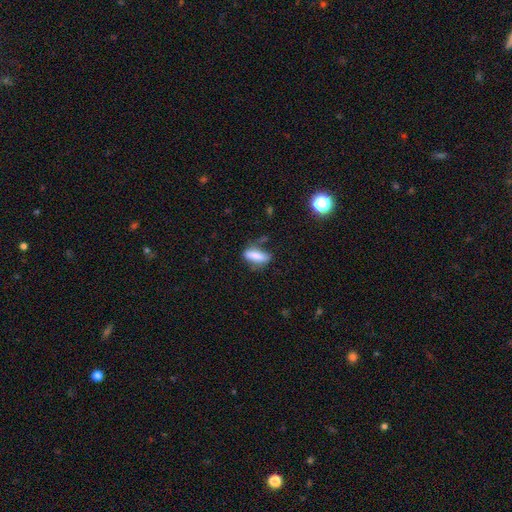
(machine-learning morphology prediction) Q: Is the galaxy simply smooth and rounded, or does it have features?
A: smooth — 78%.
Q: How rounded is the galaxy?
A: in between — 55%.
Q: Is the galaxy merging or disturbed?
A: none — 59%.